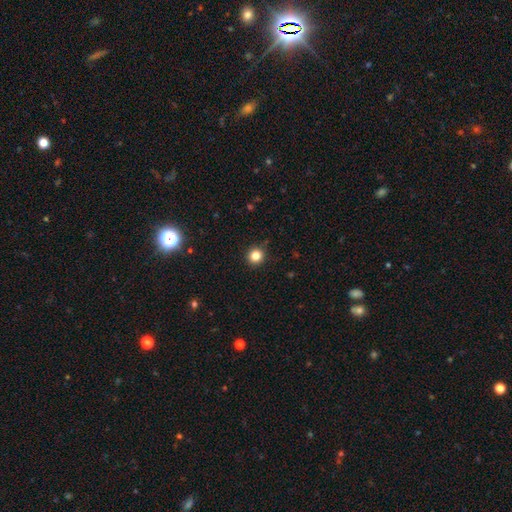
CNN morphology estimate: This appears to be a smooth galaxy with no disk features (83%) that is round (93%). Merging: none (91%).